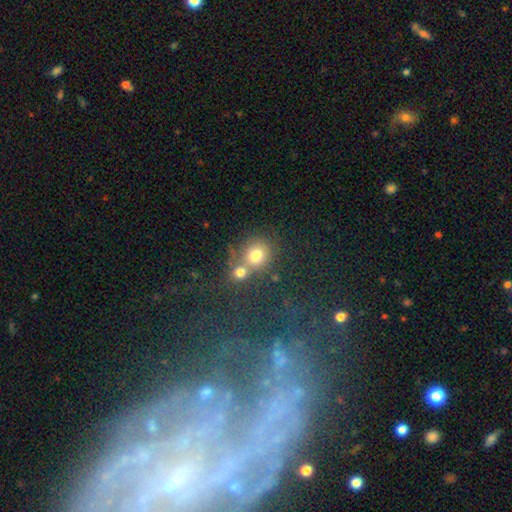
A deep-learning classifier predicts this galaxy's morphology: The model was most divided on "merging": merger: 45%, none: 42%, minor disturbance: 8%, major disturbance: 4%. More confident: how rounded — round (83%); smooth or featured — smooth (75%).